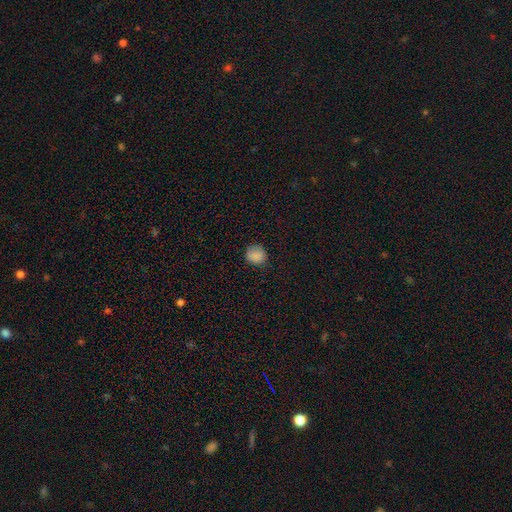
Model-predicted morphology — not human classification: Q: Smooth or featured?
A: smooth (86%); runner-up: star or artifact (10%)
Q: How rounded?
A: round (86%); runner-up: in between (13%)
Q: Merging?
A: none (83%); runner-up: minor disturbance (13%)